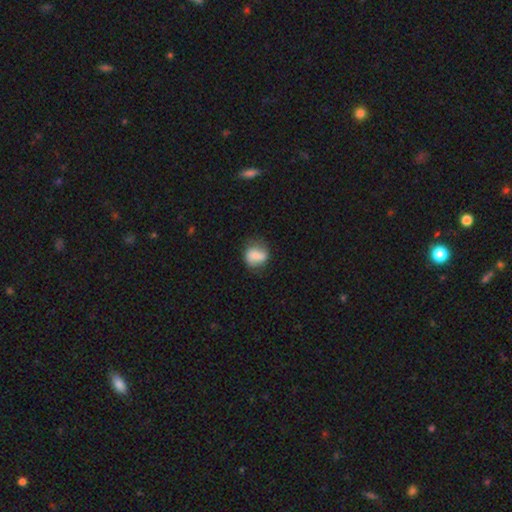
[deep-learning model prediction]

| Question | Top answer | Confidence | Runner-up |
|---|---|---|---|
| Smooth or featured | smooth | 62% | featured or disk (30%) |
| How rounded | round | 66% | in between (33%) |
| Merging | none | 66% | minor disturbance (23%) |